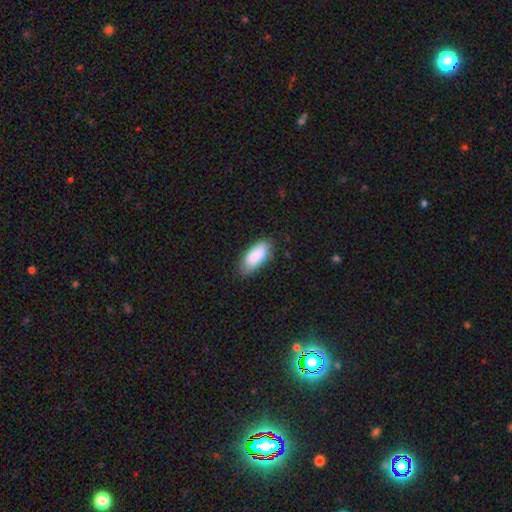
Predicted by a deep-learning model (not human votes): Q: Smooth or featured?
A: smooth (88%); runner-up: star or artifact (6%)
Q: How rounded?
A: in between (88%); runner-up: cigar-shaped (11%)
Q: Merging?
A: none (79%); runner-up: minor disturbance (17%)